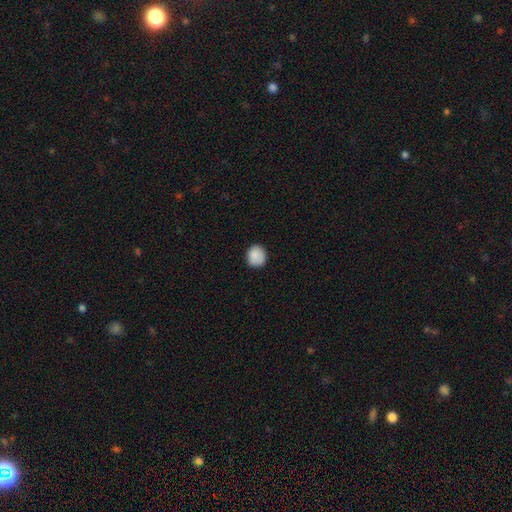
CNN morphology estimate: A smooth galaxy with no disk features (87%) that is round (83%).

Vote fractions:
- Smooth or featured? smooth: 87% / star or artifact: 8% / featured or disk: 5%
- How rounded? round: 83% / in between: 16% / cigar-shaped: 1%
- Merging? none: 84% / minor disturbance: 12% / major disturbance: 2% / merger: 1%